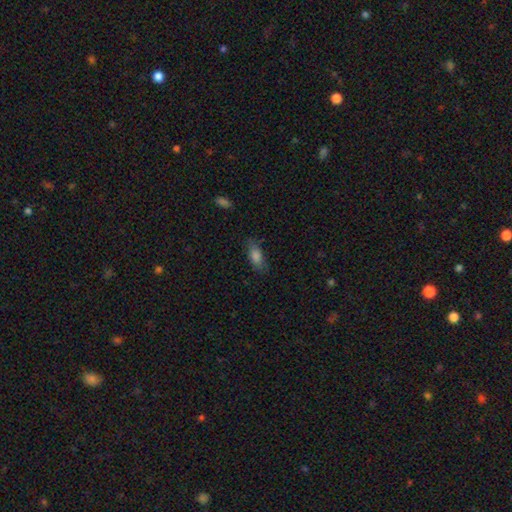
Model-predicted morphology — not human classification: Smooth or featured?
  - smooth: 80% *
  - featured or disk: 11%
  - star or artifact: 9%
How rounded?
  - in between: 80% *
  - cigar-shaped: 17%
  - round: 3%
Merging?
  - none: 76% *
  - minor disturbance: 18%
  - major disturbance: 5%
  - merger: 1%